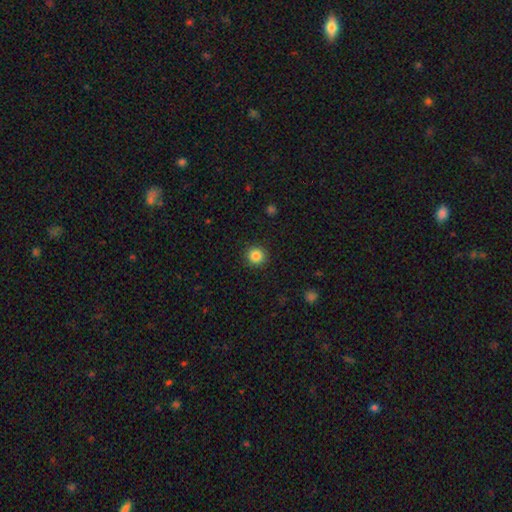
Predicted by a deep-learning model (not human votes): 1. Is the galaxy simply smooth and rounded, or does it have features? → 86% smooth, 10% star or artifact, 4% featured or disk.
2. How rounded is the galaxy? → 94% round, 5% in between, 1% cigar-shaped.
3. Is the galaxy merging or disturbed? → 92% none, 5% minor disturbance, 2% major disturbance, 1% merger.